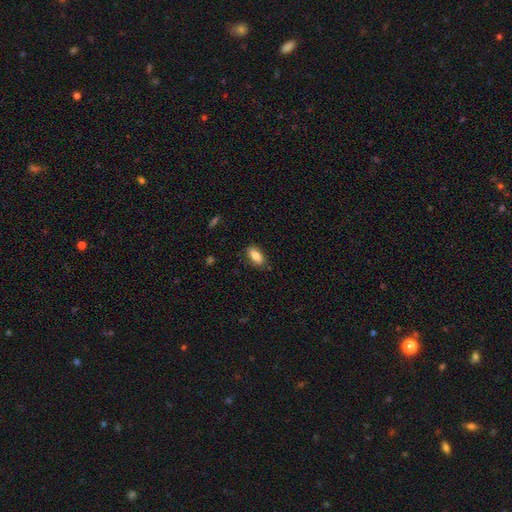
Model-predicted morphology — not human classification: This is clearly a smooth galaxy (83%). How rounded: clearly in between (87%). Merging: clearly none (84%).